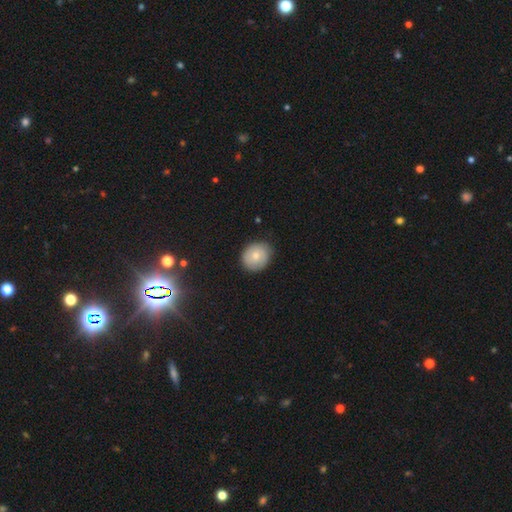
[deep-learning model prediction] Smooth or featured?
  - smooth: 69% *
  - featured or disk: 23%
  - star or artifact: 8%
How rounded?
  - round: 74% *
  - in between: 25%
  - cigar-shaped: 1%
Merging?
  - none: 81% *
  - minor disturbance: 15%
  - major disturbance: 3%
  - merger: 1%